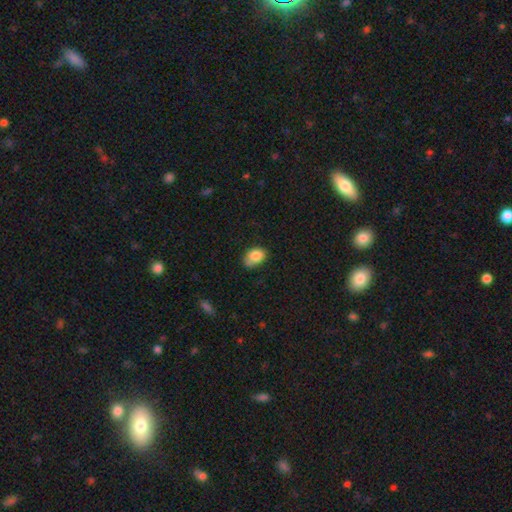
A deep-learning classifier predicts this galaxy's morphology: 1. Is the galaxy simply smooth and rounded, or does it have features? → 83% smooth, 9% featured or disk, 9% star or artifact.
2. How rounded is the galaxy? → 78% in between, 21% round, 1% cigar-shaped.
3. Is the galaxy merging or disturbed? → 53% none, 34% minor disturbance, 8% major disturbance, 5% merger.